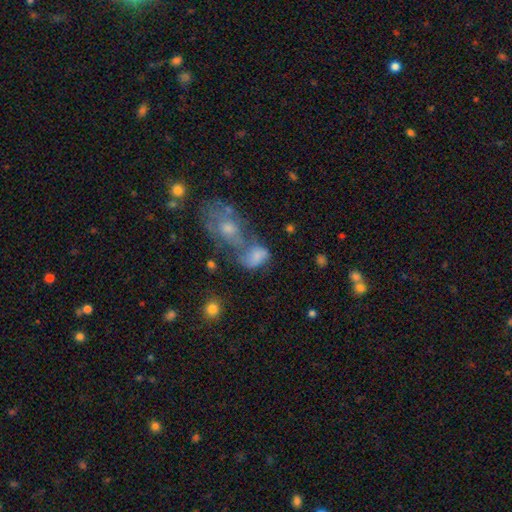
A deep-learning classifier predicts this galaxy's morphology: smooth 65%, featured or disk 23%, star or artifact 12%. Down the decision tree: how rounded — in between (79%); merging — merger (50%).